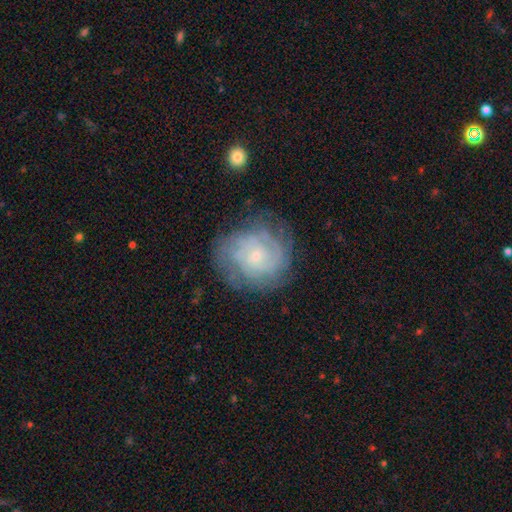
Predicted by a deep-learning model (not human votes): Smooth or featured?
  - featured or disk: 73% *
  - smooth: 19%
  - star or artifact: 8%
Edge-on disk?
  - no: 98% *
  - yes: 2%
Bar?
  - no: 77% *
  - weak: 20%
  - strong: 3%
Spiral arms?
  - yes: 88% *
  - no: 12%
Spiral winding?
  - tight: 69% *
  - medium: 24%
  - loose: 7%
Spiral arm count?
  - can't tell: 49% *
  - 2: 16%
  - 3: 14%
  - 4: 10%
  - more than 4: 6%
  - 1: 5%
Bulge size?
  - small: 80% *
  - moderate: 15%
  - none: 3%
  - large: 1%
  - dominant: 1%
Merging?
  - none: 70% *
  - minor disturbance: 19%
  - major disturbance: 9%
  - merger: 2%